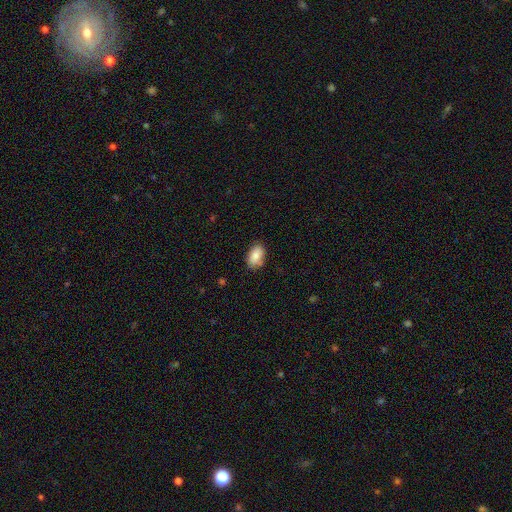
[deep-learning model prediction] The model was most divided on "merging": none: 78%, minor disturbance: 17%, major disturbance: 3%, merger: 2%. More confident: how rounded — in between (91%); smooth or featured — smooth (85%).